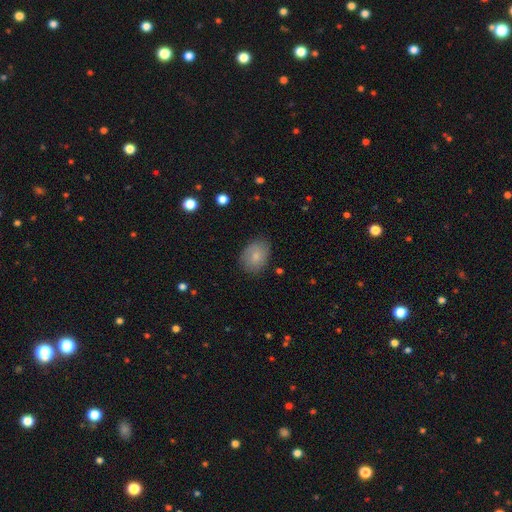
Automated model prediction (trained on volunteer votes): A smooth galaxy with no disk features (80%) that is in between round and cigar-shaped (74%). Merging: none (81%).